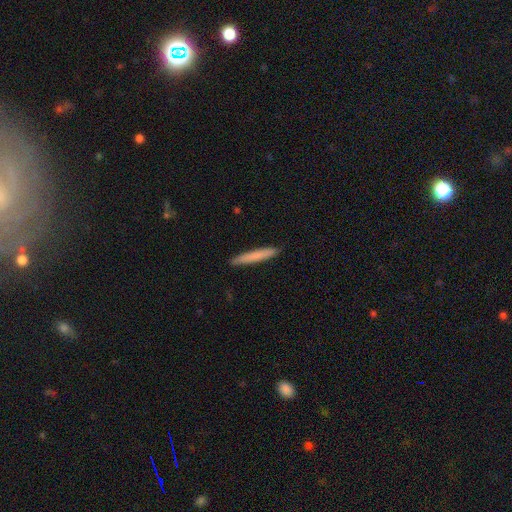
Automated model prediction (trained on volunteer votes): A smooth galaxy with no disk features (77%) that is cigar-shaped (96%).

Vote fractions:
- Smooth or featured? smooth: 77% / featured or disk: 17% / star or artifact: 5%
- How rounded? cigar-shaped: 96% / in between: 3% / round: 1%
- Merging? none: 92% / minor disturbance: 6% / major disturbance: 1% / merger: 1%